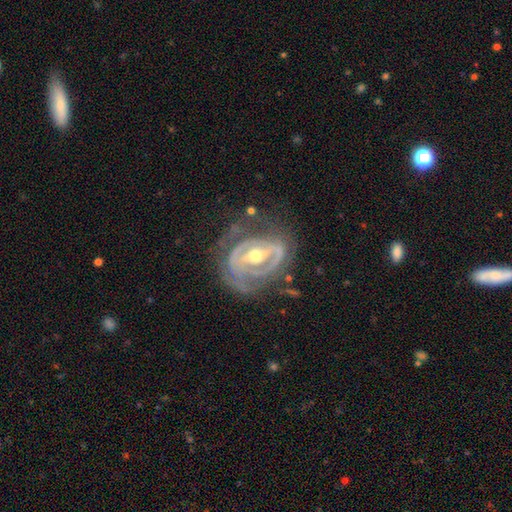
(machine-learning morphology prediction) type=featured or disk (86%); edge-on=no (95%); bar=strong (51%); spiral arms=yes (78%); winding=tight (59%); arm count=2 (43%); bulge=moderate (68%); merging=none (55%).